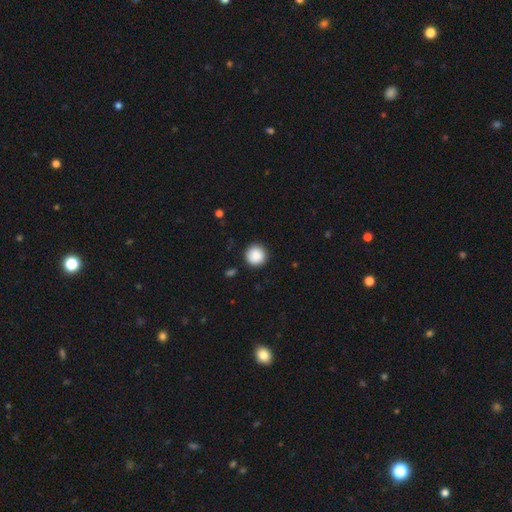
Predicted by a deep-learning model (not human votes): Overall: smooth (88%). How rounded: round (95%). Merging: none (89%).